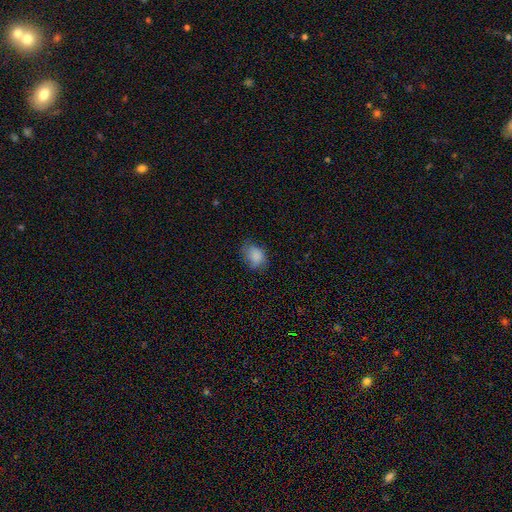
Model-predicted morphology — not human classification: smooth 83%, star or artifact 9%, featured or disk 8%. Down the decision tree: how rounded — in between (74%); merging — none (60%).